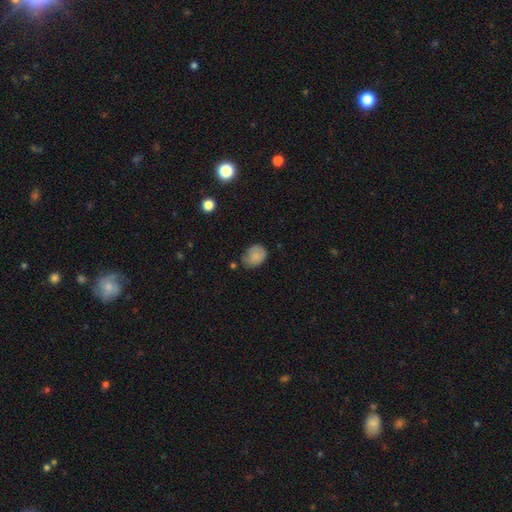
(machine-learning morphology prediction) Smooth or featured? Predicted: smooth (p=0.81). How rounded? Predicted: in between (p=0.56). Merging? Predicted: none (p=0.55).